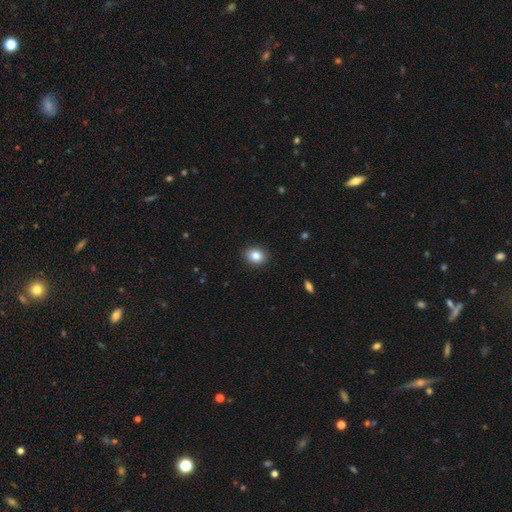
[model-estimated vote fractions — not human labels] Smooth or featured?
  - smooth: 84% *
  - star or artifact: 9%
  - featured or disk: 6%
How rounded?
  - round: 51% *
  - in between: 48%
  - cigar-shaped: 1%
Merging?
  - none: 91% *
  - minor disturbance: 6%
  - major disturbance: 2%
  - merger: 1%